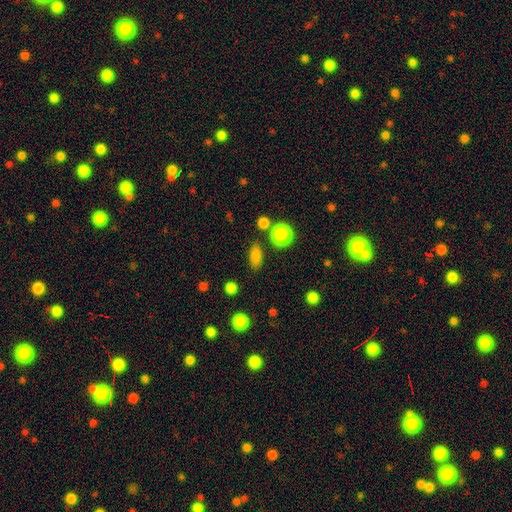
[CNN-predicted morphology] This appears to be a smooth galaxy with no disk features (83%) that is in between round and cigar-shaped (78%). Merging: none (82%).